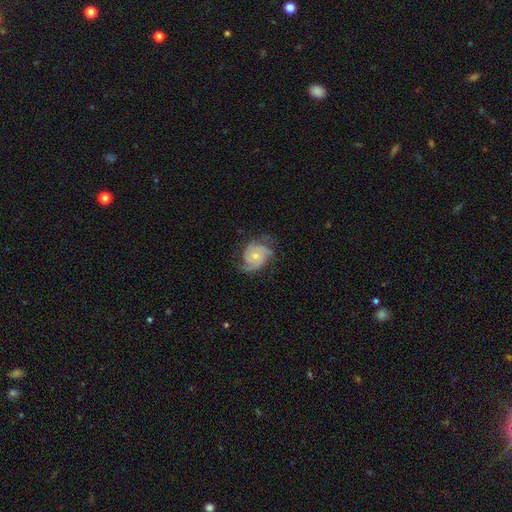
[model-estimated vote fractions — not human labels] Morphology: type=featured or disk (81%); edge-on=no (98%); bar=no (75%); spiral arms=yes (96%); winding=medium (43%); arm count=2 (36%); bulge=small (56%); merging=none (64%).